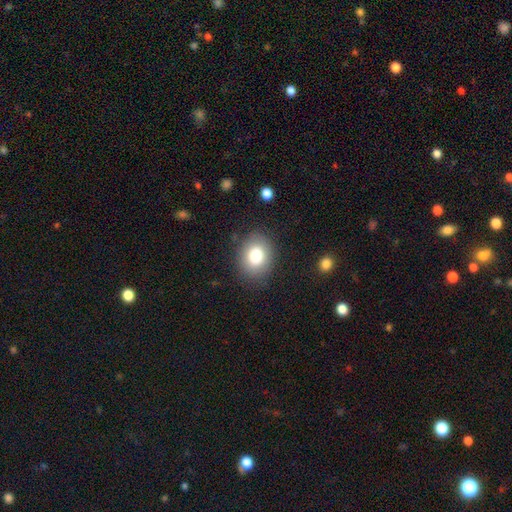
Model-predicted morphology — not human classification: Smooth or featured? smooth (82%)
How rounded? in between (52%)
Merging? none (84%)